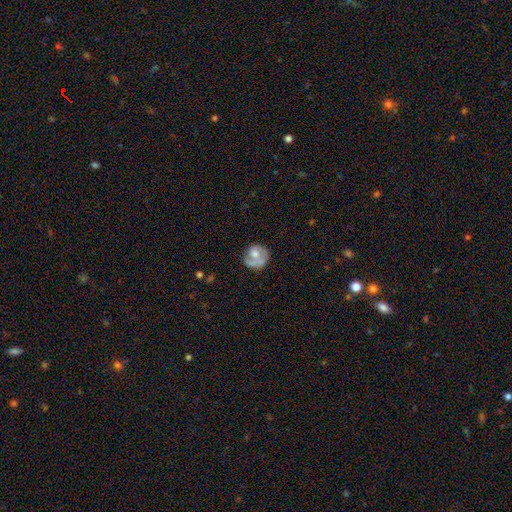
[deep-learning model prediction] Smooth or featured: smooth — 52% (featured or disk — 41%)
How rounded: round — 74% (in between — 25%)
Merging: none — 48% (minor disturbance — 24%)